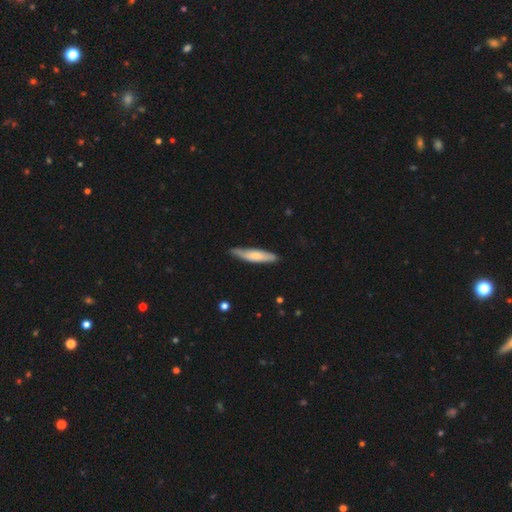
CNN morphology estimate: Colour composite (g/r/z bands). It shows a smooth galaxy with no disk features (65%) that is cigar-shaped (80%). Merging: none (74%).